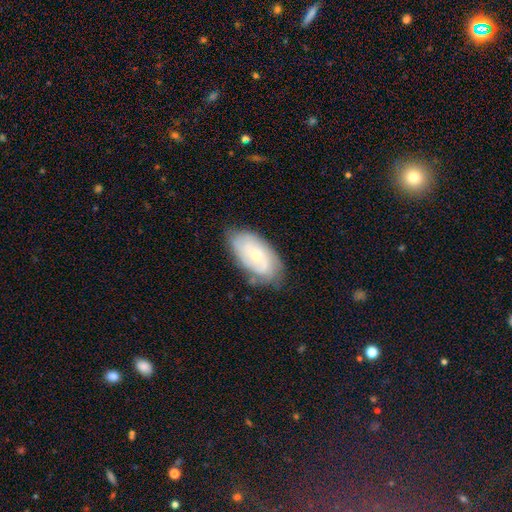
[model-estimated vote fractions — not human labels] Smooth or featured?
  - featured or disk: 63% *
  - smooth: 31%
  - star or artifact: 7%
Edge-on disk?
  - no: 93% *
  - yes: 7%
Bar?
  - no: 73% *
  - weak: 22%
  - strong: 4%
Spiral arms?
  - yes: 82% *
  - no: 18%
Bulge size?
  - small: 65% *
  - moderate: 32%
  - large: 1%
  - none: 1%
  - dominant: 1%
Merging?
  - none: 73% *
  - minor disturbance: 20%
  - major disturbance: 5%
  - merger: 2%